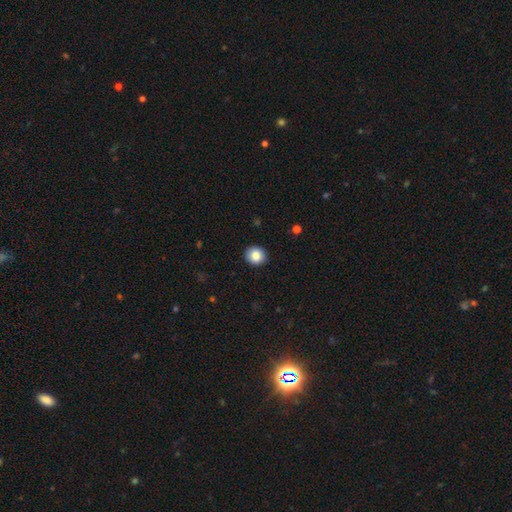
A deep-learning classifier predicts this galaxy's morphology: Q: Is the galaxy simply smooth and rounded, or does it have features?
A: smooth — 86%.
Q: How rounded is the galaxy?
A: round — 85%.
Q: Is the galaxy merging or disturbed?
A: none — 92%.